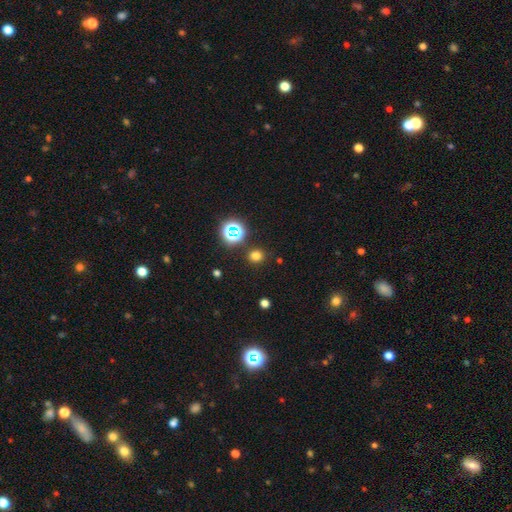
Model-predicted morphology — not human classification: A smooth galaxy with no disk features (71%) that is round (80%). Merging: none (87%).